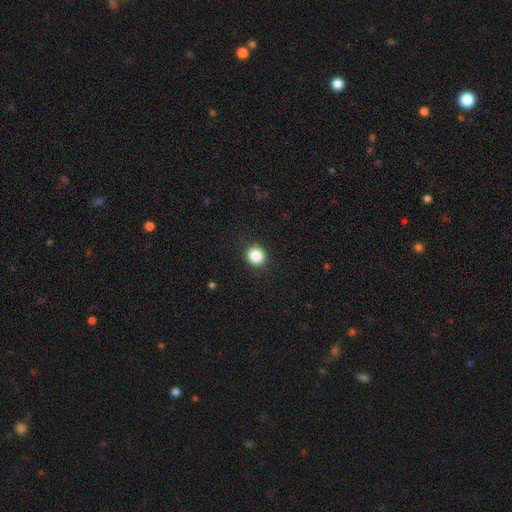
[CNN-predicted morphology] The model was most divided on "how rounded": round: 85%, in between: 14%, cigar-shaped: 1%. More confident: merging — none (90%); smooth or featured — smooth (86%).